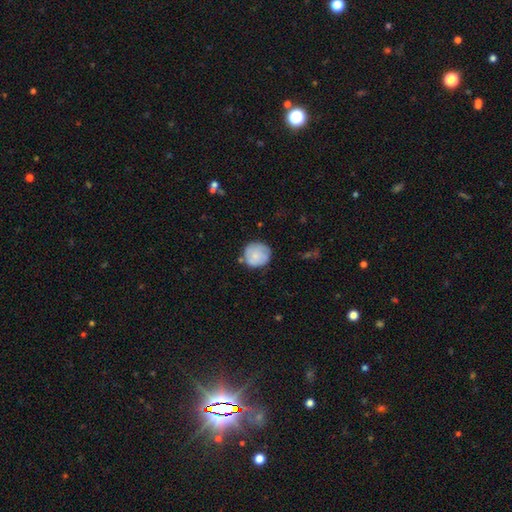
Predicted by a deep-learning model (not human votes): smooth-or-featured: smooth: 76% | featured or disk: 18% | star or artifact: 7%
  how-rounded: round: 91% | in between: 8% | cigar-shaped: 1%
  merging: none: 72% | minor disturbance: 20% | major disturbance: 4% | merger: 4%